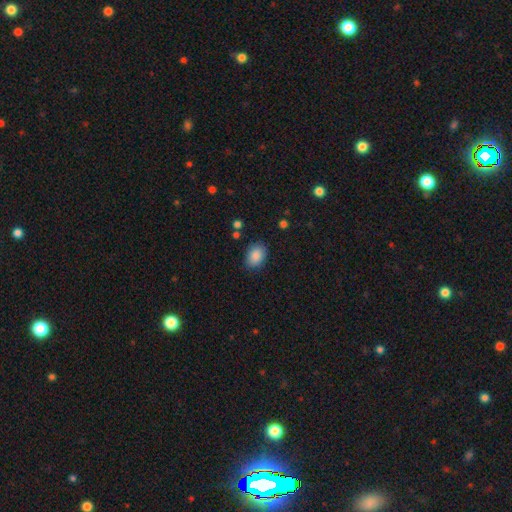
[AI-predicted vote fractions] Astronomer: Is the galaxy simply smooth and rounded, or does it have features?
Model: smooth — 88%.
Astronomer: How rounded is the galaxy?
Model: in between — 76%.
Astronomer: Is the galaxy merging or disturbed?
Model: none — 85%.